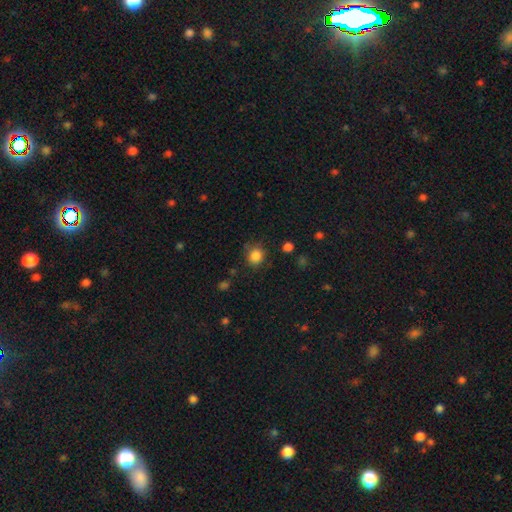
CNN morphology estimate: A smooth galaxy with no disk features (85%) that is round (83%).

Vote fractions:
- Smooth or featured? smooth: 85% / star or artifact: 11% / featured or disk: 4%
- How rounded? round: 83% / in between: 16% / cigar-shaped: 1%
- Merging? none: 79% / minor disturbance: 14% / major disturbance: 4% / merger: 2%